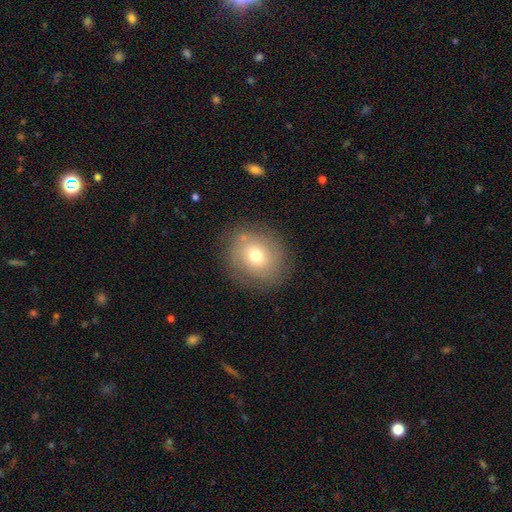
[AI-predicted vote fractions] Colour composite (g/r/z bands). It shows a smooth galaxy with no disk features (66%) that is round (75%). Merging: none (81%).